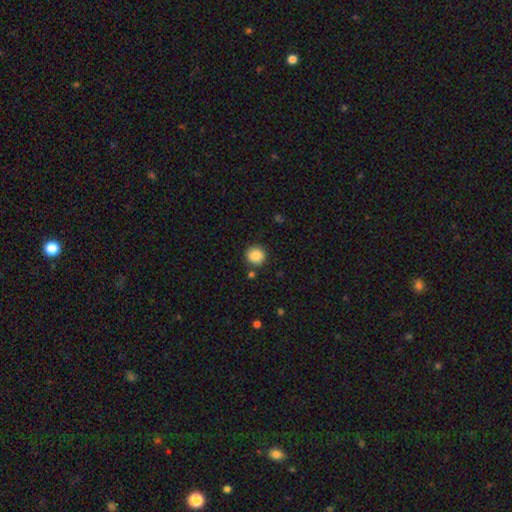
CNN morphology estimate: The model was most divided on "merging": none: 85%, minor disturbance: 8%, merger: 4%, major disturbance: 2%. More confident: how rounded — round (91%); smooth or featured — smooth (87%).